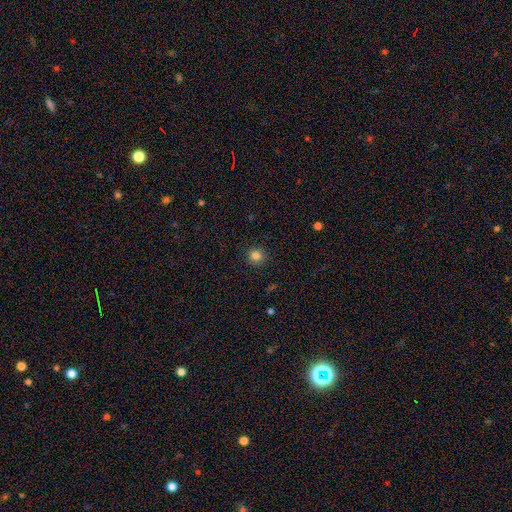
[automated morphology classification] The model was most divided on "smooth or featured": smooth: 83%, star or artifact: 11%, featured or disk: 6%. More confident: how rounded — round (91%); merging — none (91%).